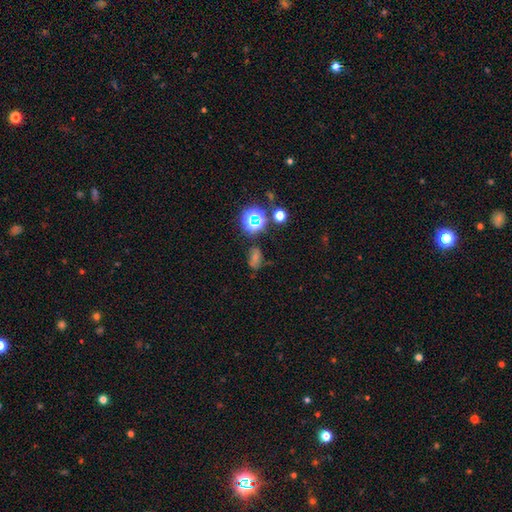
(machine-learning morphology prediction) star or artifact 51%, smooth 35%, featured or disk 14%.